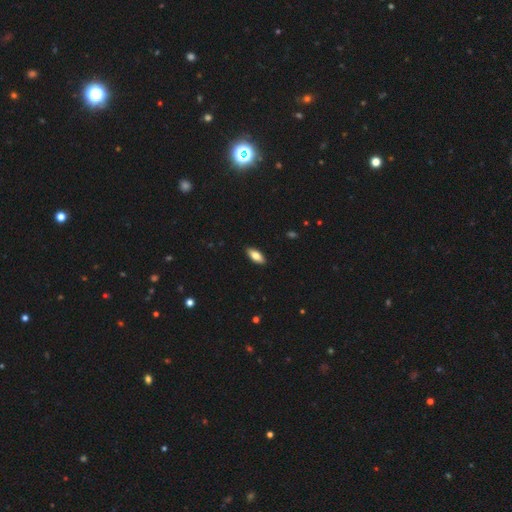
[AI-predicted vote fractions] Morphology: type=smooth (78%); roundness=in between (79%); merging=none (90%).